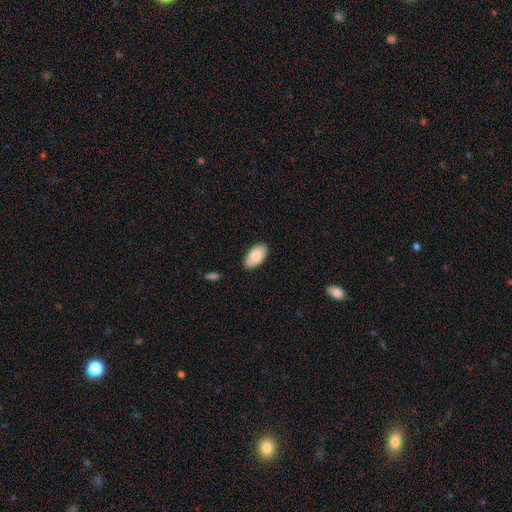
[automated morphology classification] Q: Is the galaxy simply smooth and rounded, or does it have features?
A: smooth — 84%.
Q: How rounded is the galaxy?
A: in between — 95%.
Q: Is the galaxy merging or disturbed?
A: none — 86%.